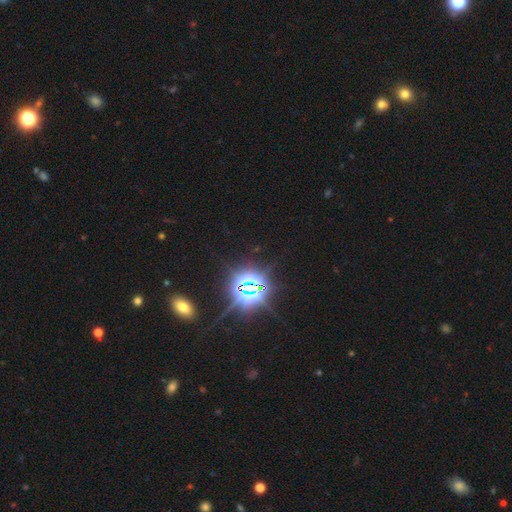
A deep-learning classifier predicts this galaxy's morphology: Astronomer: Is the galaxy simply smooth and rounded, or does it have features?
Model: star or artifact — 84%.